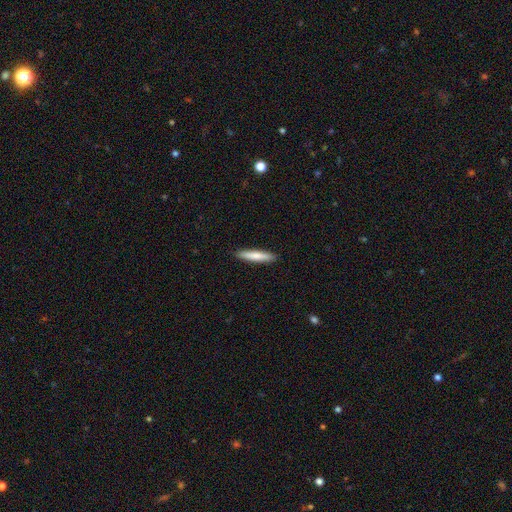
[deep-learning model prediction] smooth 75%, featured or disk 19%, star or artifact 5%. Down the decision tree: how rounded — cigar-shaped (91%); merging — none (92%).